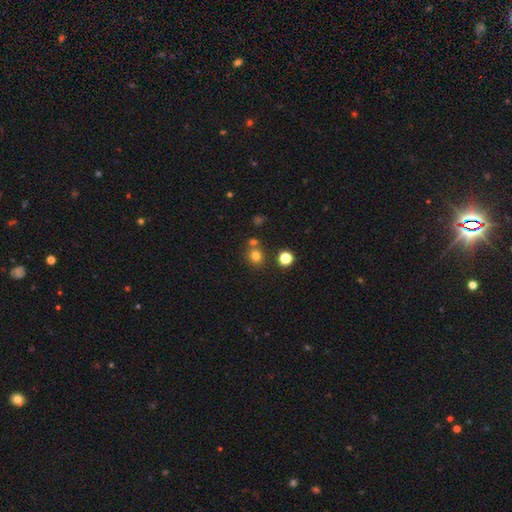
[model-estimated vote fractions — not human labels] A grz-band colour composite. It shows a smooth galaxy with no disk features (75%) that is round (85%). Merging: none (69%).